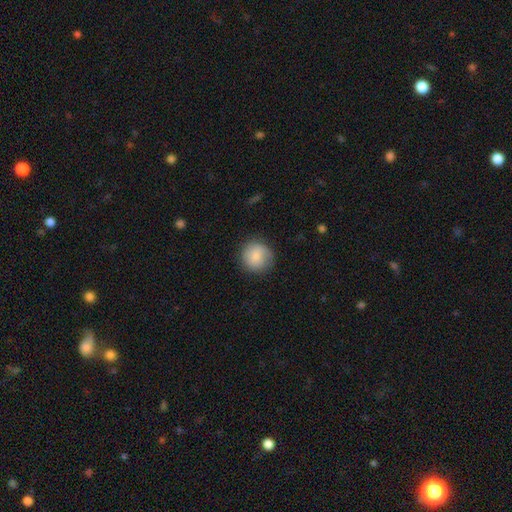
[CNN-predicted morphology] type=smooth (82%); roundness=round (91%); merging=none (79%).